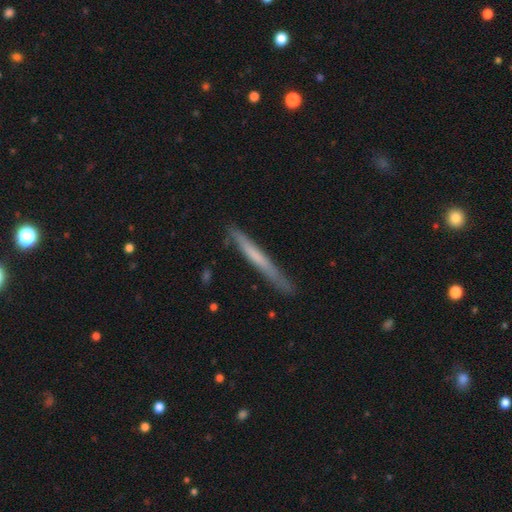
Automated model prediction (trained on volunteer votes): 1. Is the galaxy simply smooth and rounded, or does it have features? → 53% smooth, 41% featured or disk, 6% star or artifact.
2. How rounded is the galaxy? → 97% cigar-shaped, 2% in between, 1% round.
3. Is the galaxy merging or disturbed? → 82% none, 14% minor disturbance, 2% major disturbance, 2% merger.